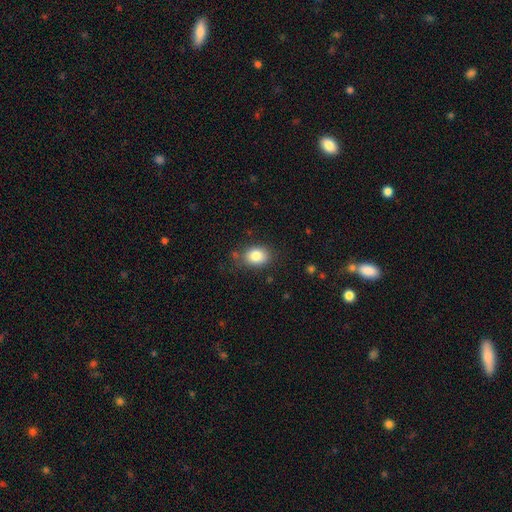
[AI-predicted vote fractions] A smooth galaxy with no disk features (84%) that is in between round and cigar-shaped (65%). Merging: none (77%).